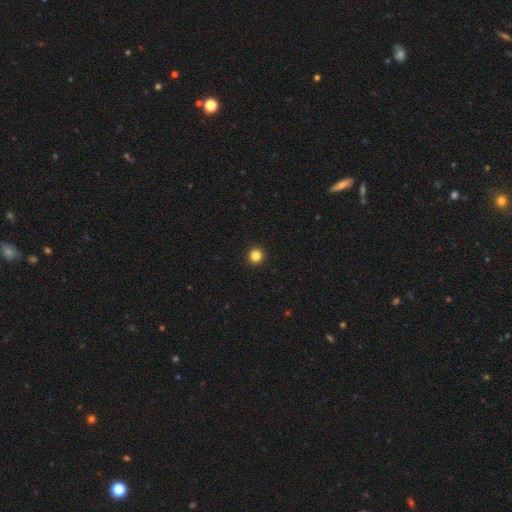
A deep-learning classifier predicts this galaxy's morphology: Smooth or featured: smooth — 84% (star or artifact — 12%)
How rounded: round — 96% (in between — 4%)
Merging: none — 94% (minor disturbance — 4%)